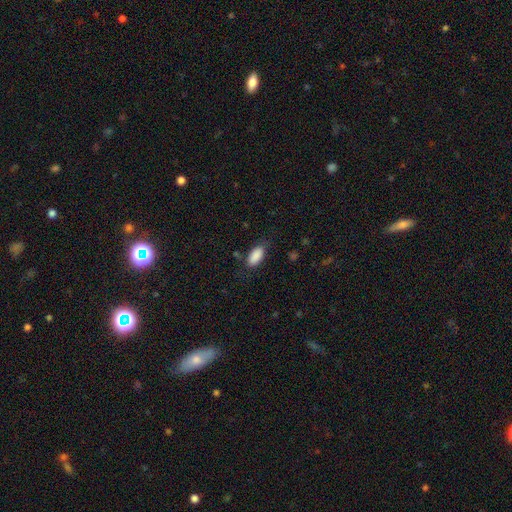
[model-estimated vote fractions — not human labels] smooth_or_featured: smooth (p=0.89) [alt: star or artifact p=0.07]
how_rounded: in between (p=0.90) [alt: cigar-shaped p=0.07]
merging: none (p=0.76) [alt: minor disturbance p=0.17]